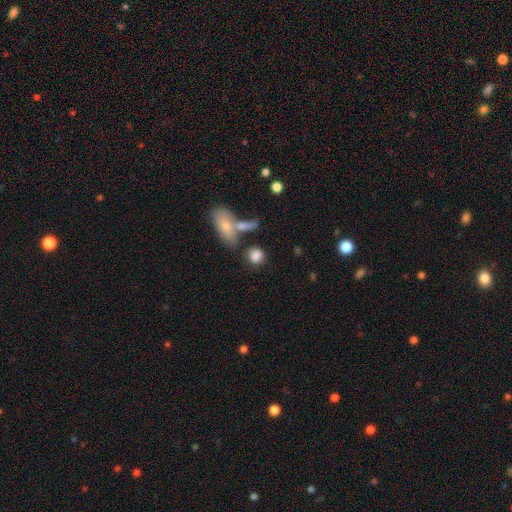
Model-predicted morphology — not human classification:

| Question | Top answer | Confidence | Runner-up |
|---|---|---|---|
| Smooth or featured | smooth | 82% | featured or disk (9%) |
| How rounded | round | 60% | in between (36%) |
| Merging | none | 59% | merger (20%) |